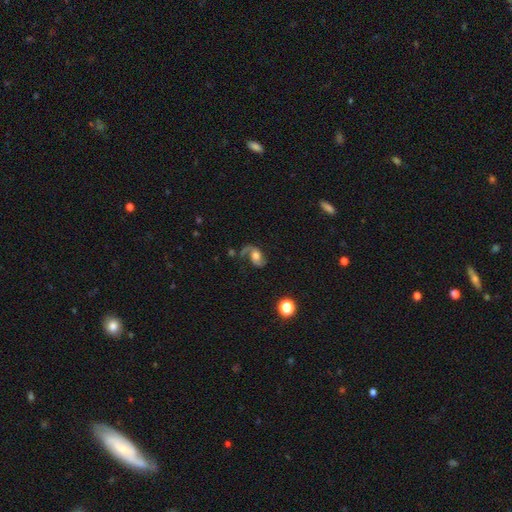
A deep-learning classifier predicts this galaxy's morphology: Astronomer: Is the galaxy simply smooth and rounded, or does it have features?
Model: featured or disk — 73%.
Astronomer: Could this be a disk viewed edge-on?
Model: no — 97%.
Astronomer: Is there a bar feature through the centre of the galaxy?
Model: no — 61%.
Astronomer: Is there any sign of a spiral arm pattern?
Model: yes — 93%.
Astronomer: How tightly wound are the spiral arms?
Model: loose — 61%.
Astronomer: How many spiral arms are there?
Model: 2 — 77%.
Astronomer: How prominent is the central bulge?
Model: moderate — 50% (runner-up: large, 28%).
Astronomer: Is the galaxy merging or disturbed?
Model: none — 53%.